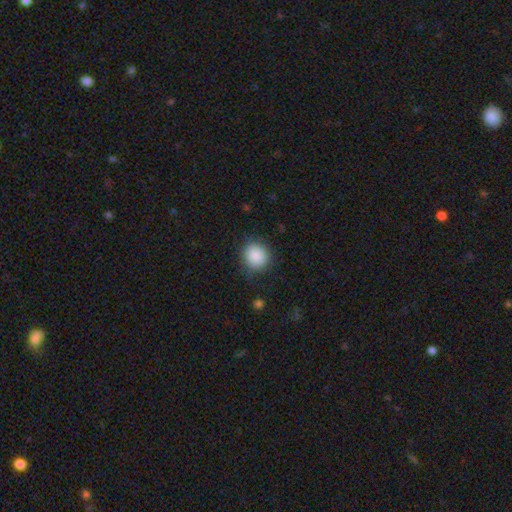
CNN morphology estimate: This appears to be a smooth galaxy with no disk features (88%) that is round (82%). Merging: none (82%).